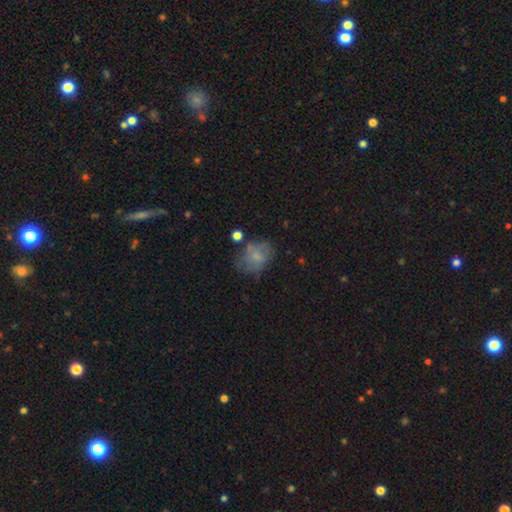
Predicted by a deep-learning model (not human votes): smooth 62%, featured or disk 28%, star or artifact 10%. Down the decision tree: how rounded — in between (63%); merging — none (46%).